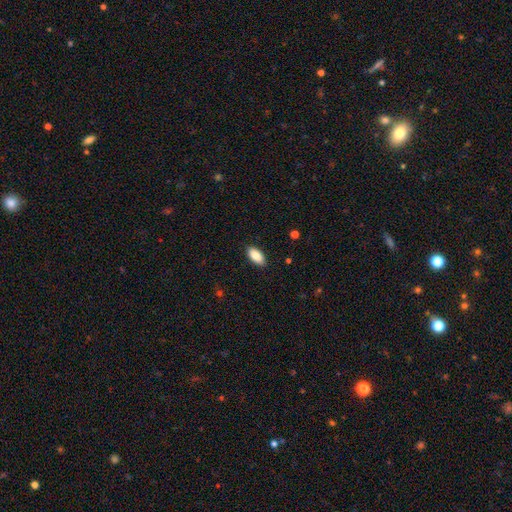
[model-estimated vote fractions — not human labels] The model was most divided on "smooth or featured": smooth: 86%, featured or disk: 7%, star or artifact: 7%. More confident: how rounded — in between (92%); merging — none (89%).